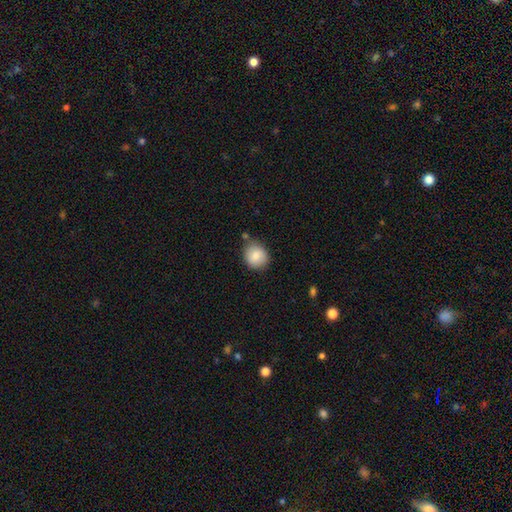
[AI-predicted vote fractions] Q: Smooth or featured?
A: smooth (84%); runner-up: featured or disk (8%)
Q: How rounded?
A: round (80%); runner-up: in between (19%)
Q: Merging?
A: none (76%); runner-up: minor disturbance (16%)